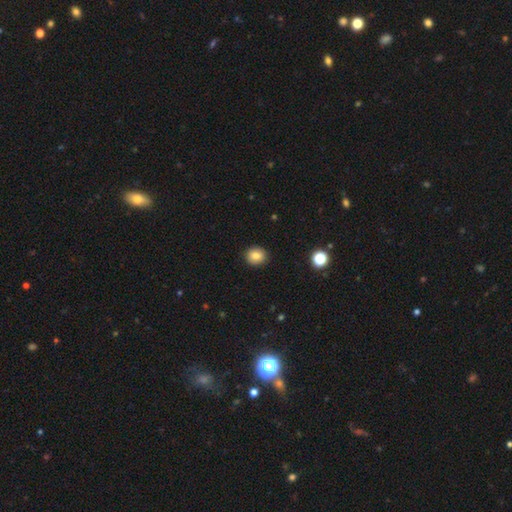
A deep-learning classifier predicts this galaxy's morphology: Smooth or featured? smooth (84%)
How rounded? round (82%)
Merging? none (91%)